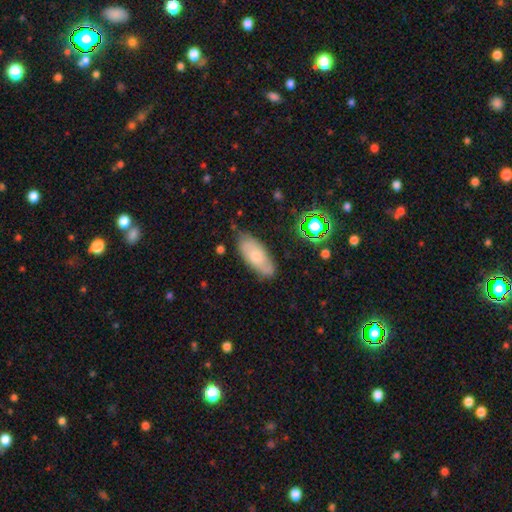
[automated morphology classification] Smooth or featured?
  - smooth: 63% *
  - featured or disk: 28%
  - star or artifact: 8%
How rounded?
  - in between: 82% *
  - cigar-shaped: 15%
  - round: 3%
Merging?
  - none: 74% *
  - minor disturbance: 20%
  - major disturbance: 4%
  - merger: 2%